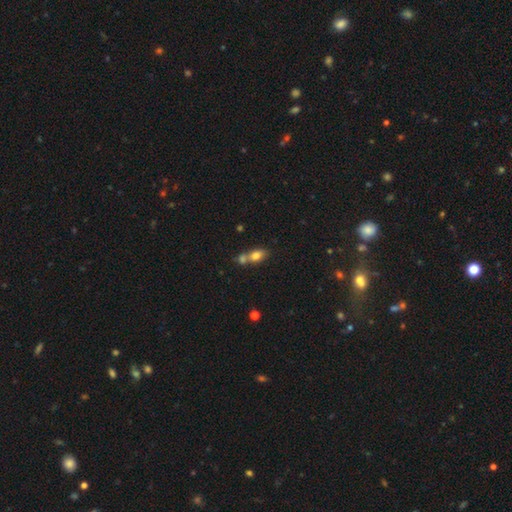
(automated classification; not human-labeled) smooth-or-featured: smooth: 76% | featured or disk: 15% | star or artifact: 9%
  how-rounded: in between: 77% | round: 17% | cigar-shaped: 6%
  merging: merger: 54% | none: 33% | minor disturbance: 9% | major disturbance: 4%